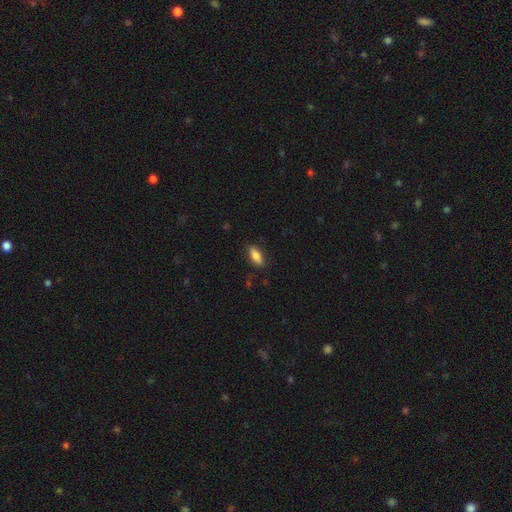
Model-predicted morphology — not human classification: Overall: smooth (82%). How rounded: in between (76%). Merging: none (83%).